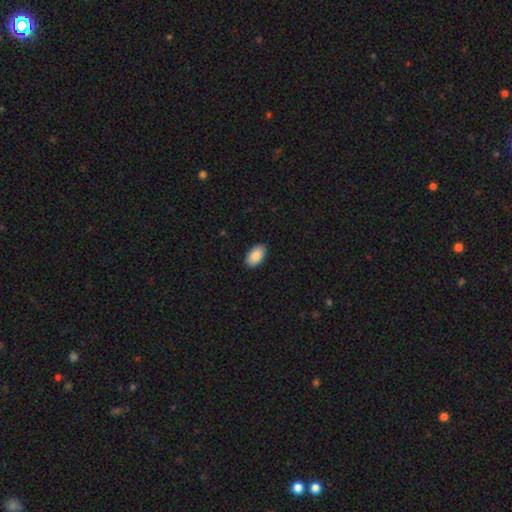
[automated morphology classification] A smooth galaxy with no disk features (88%) that is in between round and cigar-shaped (95%). Merging: none (90%).